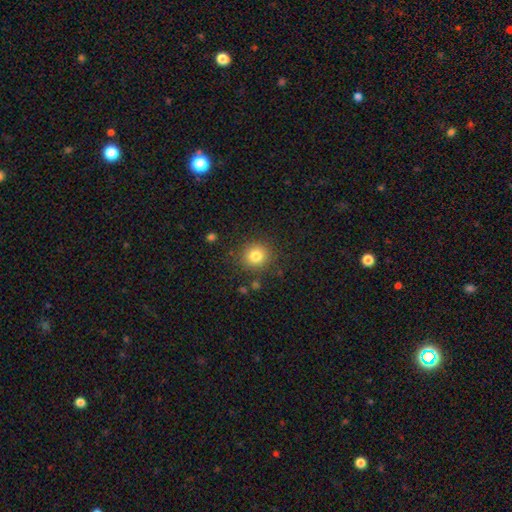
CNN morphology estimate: This appears to be a smooth galaxy with no disk features (81%) that is round (87%). Merging: none (85%).